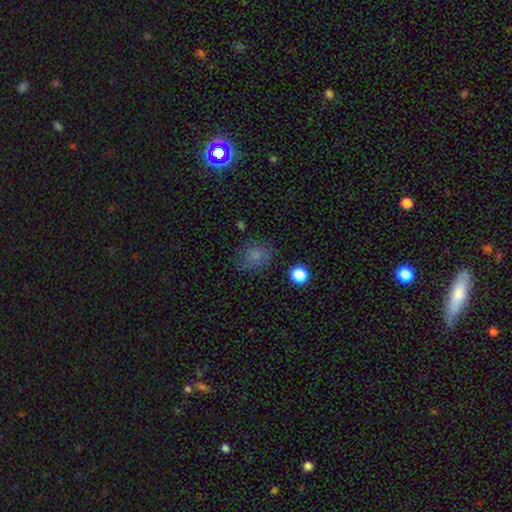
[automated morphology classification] Smooth or featured?
  - smooth: 73% *
  - star or artifact: 15%
  - featured or disk: 12%
How rounded?
  - round: 66% *
  - in between: 33%
  - cigar-shaped: 1%
Merging?
  - none: 68% *
  - minor disturbance: 21%
  - major disturbance: 9%
  - merger: 3%